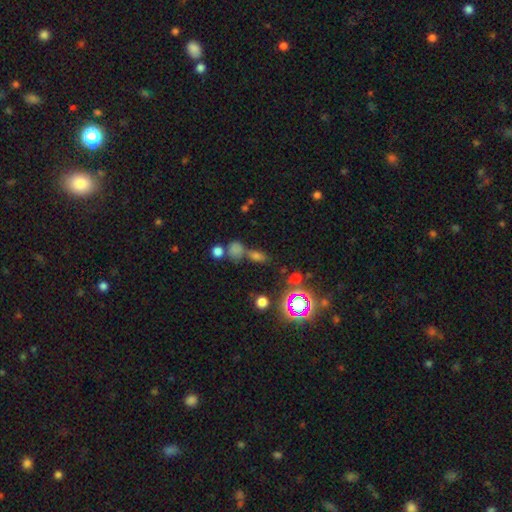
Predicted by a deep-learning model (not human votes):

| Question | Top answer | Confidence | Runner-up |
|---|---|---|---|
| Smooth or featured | smooth | 52% | star or artifact (36%) |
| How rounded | in between | 49% | round (35%) |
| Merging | none | 52% | merger (32%) |